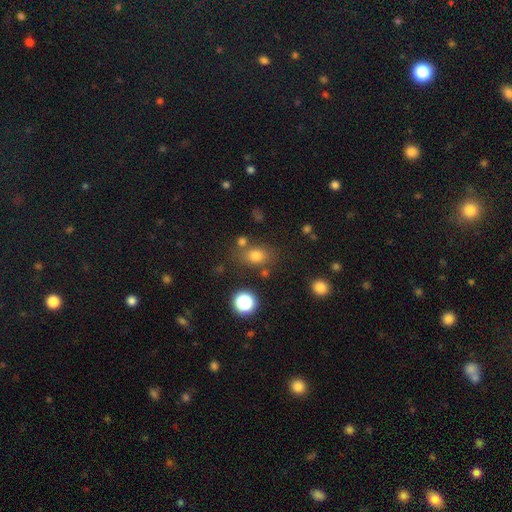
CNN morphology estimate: A smooth galaxy with no disk features (75%) that is in between round and cigar-shaped (54%). Merging: none (71%).